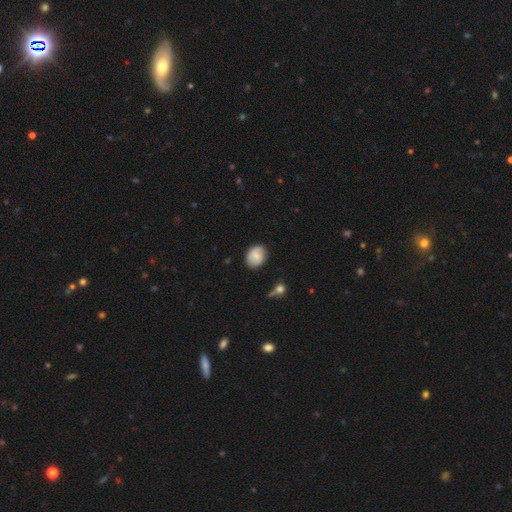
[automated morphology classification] smooth 76%, featured or disk 17%, star or artifact 8%. Down the decision tree: how rounded — in between (51%); merging — none (79%).